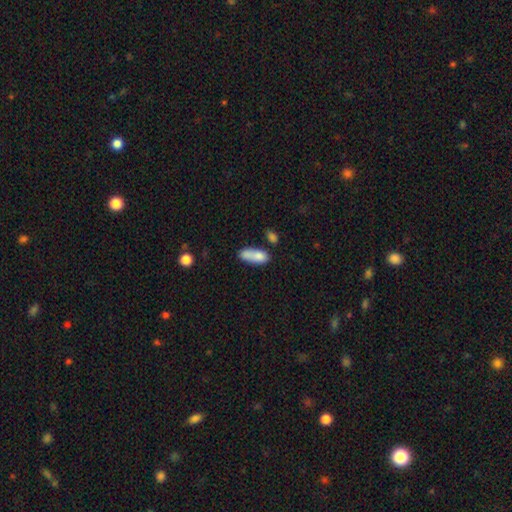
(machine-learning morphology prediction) Q: Smooth or featured?
A: smooth (79%); runner-up: featured or disk (13%)
Q: How rounded?
A: in between (71%); runner-up: cigar-shaped (26%)
Q: Merging?
A: none (39%); runner-up: merger (31%)